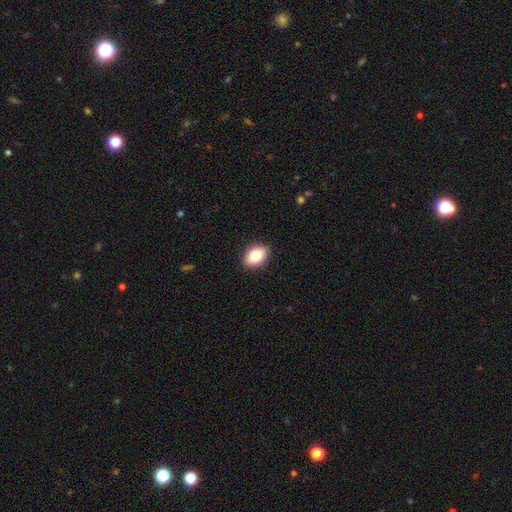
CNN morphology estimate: The model was most divided on "how rounded": in between: 81%, round: 18%, cigar-shaped: 2%. More confident: merging — none (89%); smooth or featured — smooth (82%).